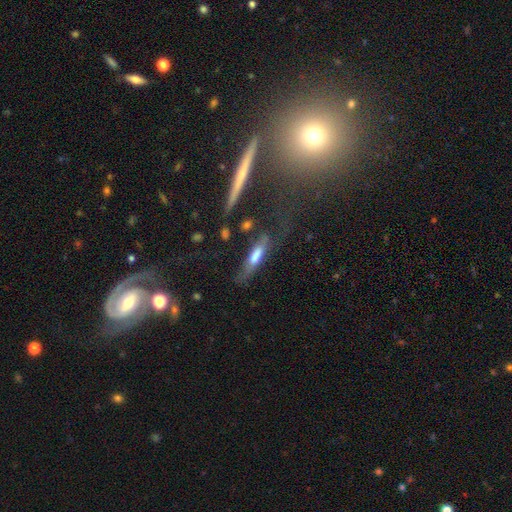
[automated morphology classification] smooth 56%, featured or disk 35%, star or artifact 9%. Down the decision tree: how rounded — cigar-shaped (70%); merging — none (48%).